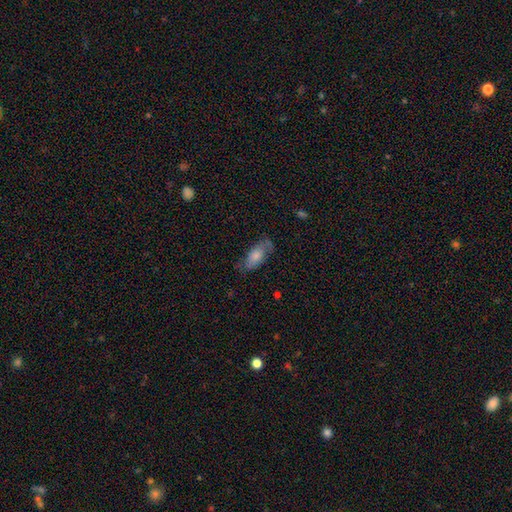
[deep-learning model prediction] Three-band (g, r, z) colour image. It shows a smooth galaxy with no disk features (64%) that is in between round and cigar-shaped (85%). Merging: none (61%).